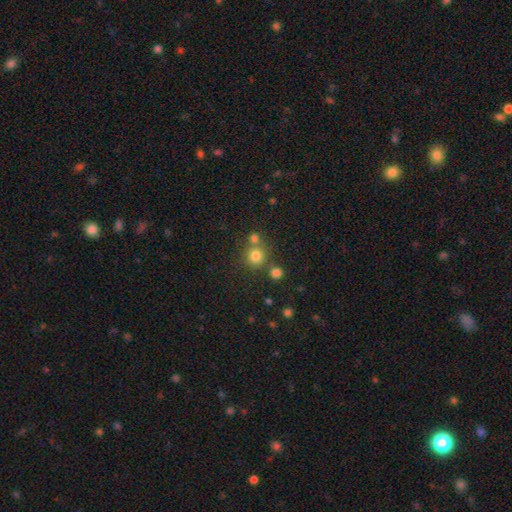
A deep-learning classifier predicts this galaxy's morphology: smooth 77%, star or artifact 15%, featured or disk 7%. Down the decision tree: how rounded — round (91%); merging — none (67%).